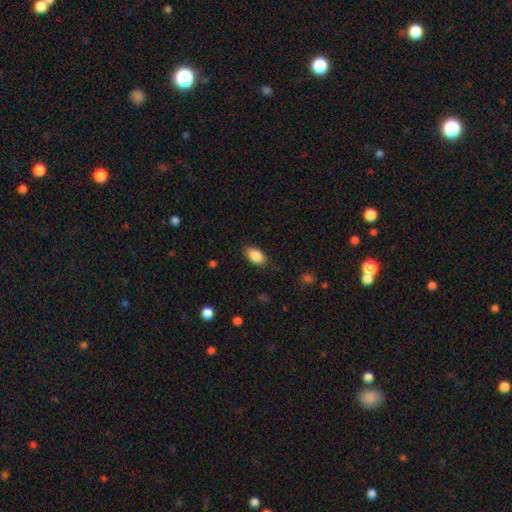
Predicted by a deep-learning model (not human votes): Smooth or featured: smooth — 88% (star or artifact — 7%)
How rounded: in between — 92% (round — 6%)
Merging: none — 85% (minor disturbance — 11%)